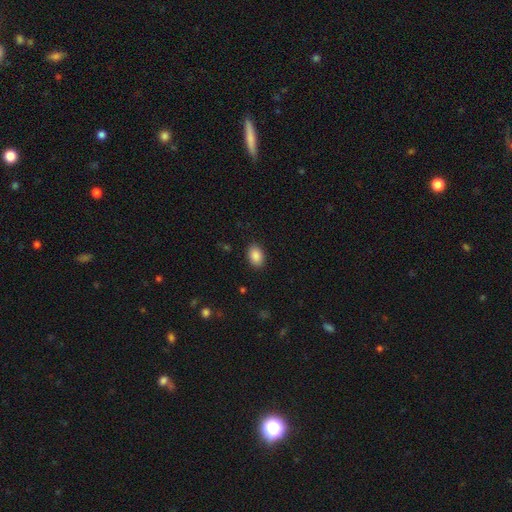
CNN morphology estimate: This appears to be a smooth galaxy with no disk features (89%) that is in between round and cigar-shaped (85%). Merging: none (88%).